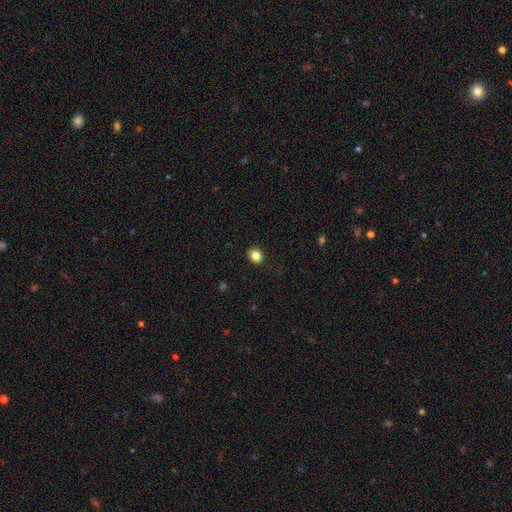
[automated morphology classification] A smooth galaxy with no disk features (85%) that is round (61%).

Vote fractions:
- Smooth or featured? smooth: 85% / star or artifact: 10% / featured or disk: 4%
- How rounded? round: 61% / in between: 38% / cigar-shaped: 1%
- Merging? none: 90% / minor disturbance: 7% / major disturbance: 2% / merger: 1%